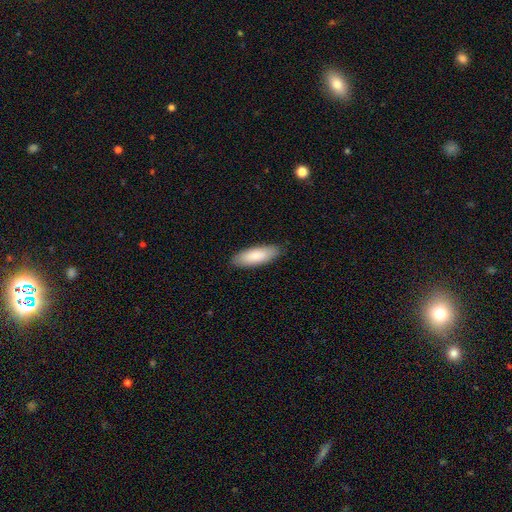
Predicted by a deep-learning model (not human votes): Overall: smooth (86%). How rounded: in between (65%; cigar-shaped 34%). Merging: none (89%).